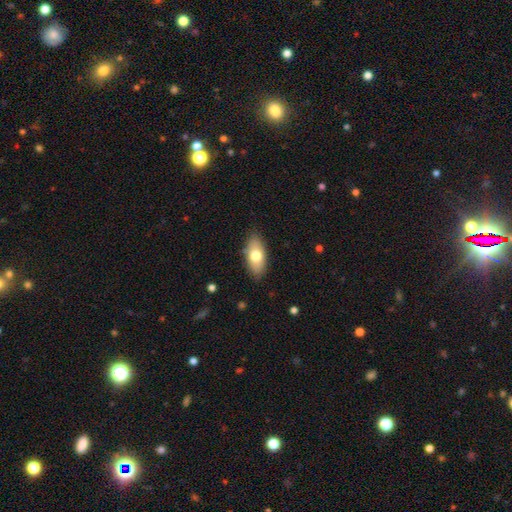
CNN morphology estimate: type=smooth (72%); roundness=in between (88%); merging=none (84%).